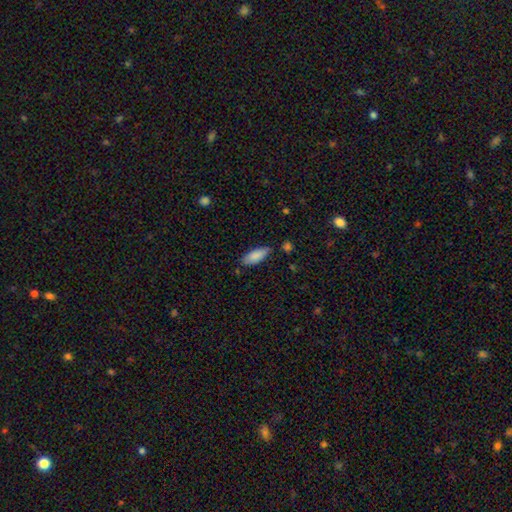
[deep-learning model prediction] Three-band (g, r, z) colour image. It shows a smooth galaxy with no disk features (86%) that is in between round and cigar-shaped (77%). Merging: none (74%).